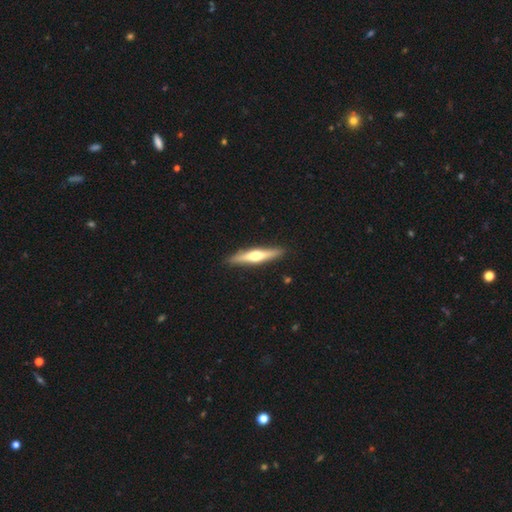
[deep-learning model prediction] Smooth or featured?
  - featured or disk: 59% *
  - smooth: 36%
  - star or artifact: 5%
Edge-on disk?
  - yes: 96% *
  - no: 4%
Edge-on bulge?
  - rounded: 91% *
  - none: 5%
  - boxy: 4%
Merging?
  - none: 90% *
  - minor disturbance: 7%
  - major disturbance: 1%
  - merger: 1%